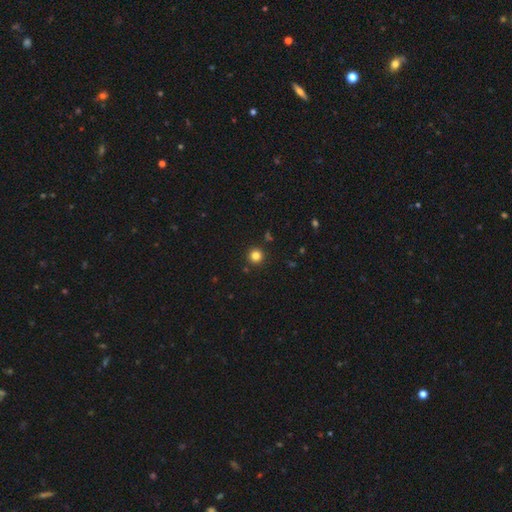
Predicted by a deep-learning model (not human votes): Smooth or featured?
  - smooth: 82% *
  - star or artifact: 14%
  - featured or disk: 5%
How rounded?
  - round: 96% *
  - in between: 3%
  - cigar-shaped: 1%
Merging?
  - none: 92% *
  - minor disturbance: 5%
  - merger: 2%
  - major disturbance: 2%